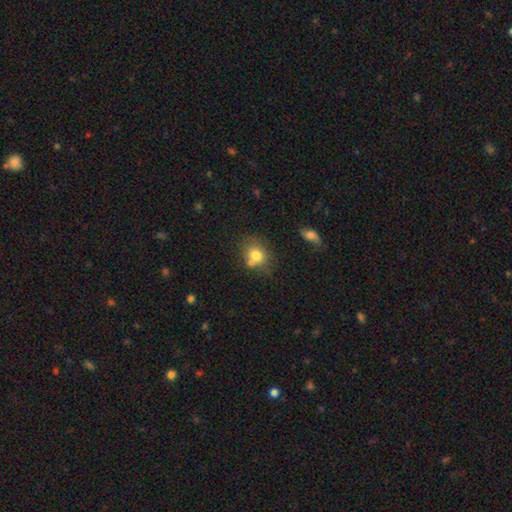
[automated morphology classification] This appears to be a smooth galaxy with no disk features (76%) that is round (59%). Merging: none (57%).